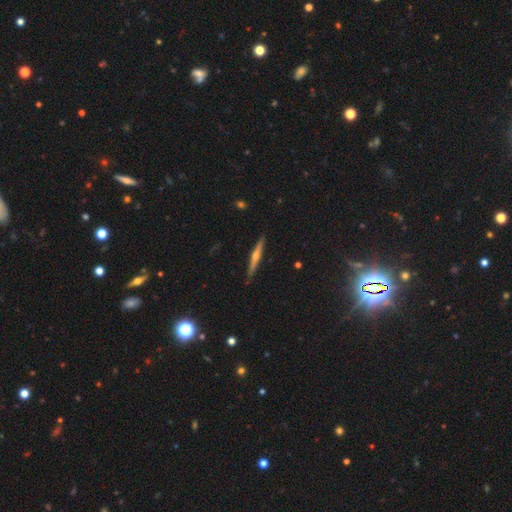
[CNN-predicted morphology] This appears to be a featured or disk galaxy (73%) viewed edge-on (98%) with a rounded central bulge (86%). Merging: none (90%).